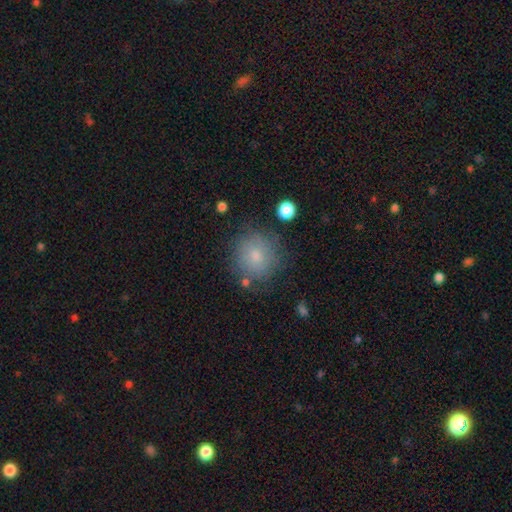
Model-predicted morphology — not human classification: Smooth or featured?
  - smooth: 75% *
  - featured or disk: 15%
  - star or artifact: 10%
How rounded?
  - round: 89% *
  - in between: 10%
  - cigar-shaped: 1%
Merging?
  - none: 77% *
  - minor disturbance: 14%
  - major disturbance: 5%
  - merger: 4%